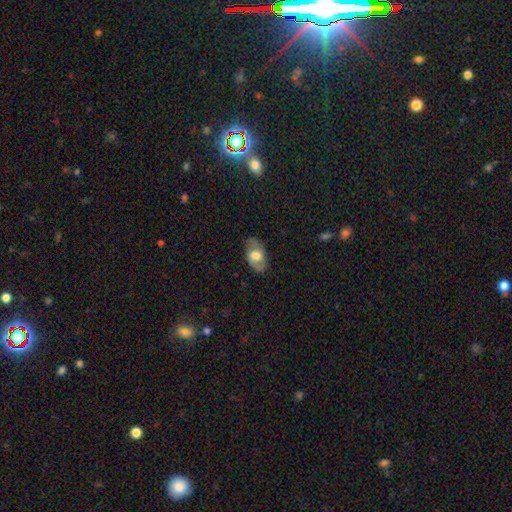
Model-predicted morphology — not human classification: Overall: smooth (55%; featured or disk 38%). How rounded: in between (90%). Merging: none (77%).